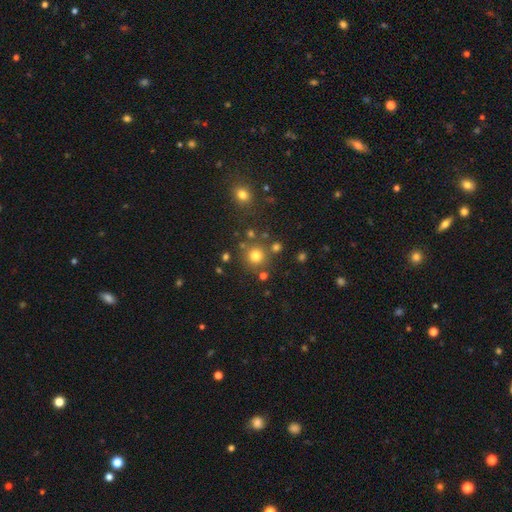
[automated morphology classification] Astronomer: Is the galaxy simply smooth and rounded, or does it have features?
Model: smooth — 76%.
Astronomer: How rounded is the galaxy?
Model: round — 93%.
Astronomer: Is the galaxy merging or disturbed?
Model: none — 80%.